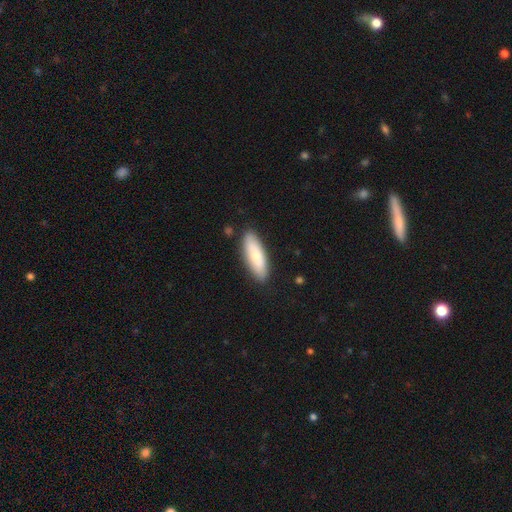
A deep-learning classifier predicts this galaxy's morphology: Smooth or featured?
  - smooth: 75% *
  - featured or disk: 20%
  - star or artifact: 5%
How rounded?
  - in between: 55% *
  - cigar-shaped: 43%
  - round: 2%
Merging?
  - none: 86% *
  - minor disturbance: 10%
  - major disturbance: 2%
  - merger: 2%